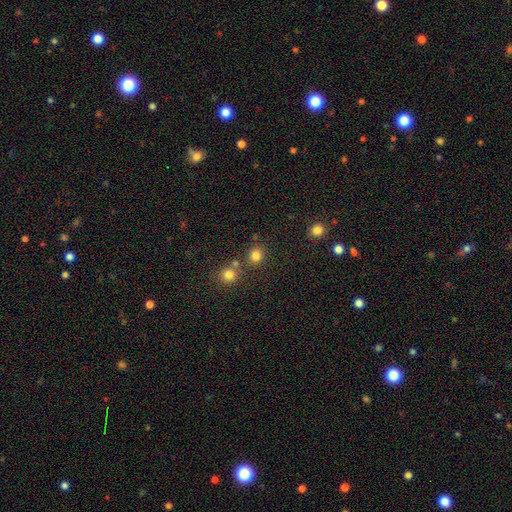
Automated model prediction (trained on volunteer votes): Smooth or featured? Predicted: smooth (p=0.81). How rounded? Predicted: round (p=0.83). Merging? Predicted: none (p=0.77).